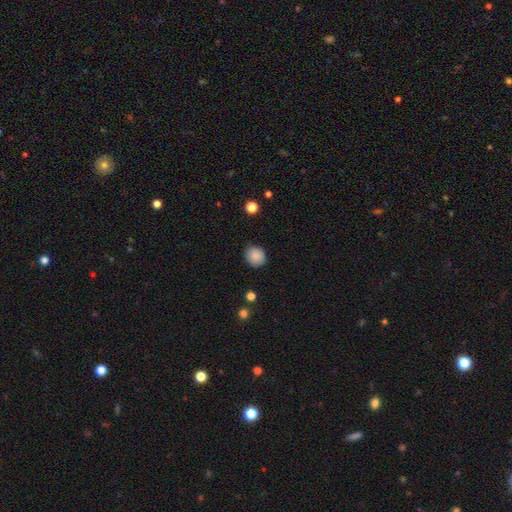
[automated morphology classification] The model was most divided on "how rounded": round: 81%, in between: 18%, cigar-shaped: 1%. More confident: merging — none (87%); smooth or featured — smooth (86%).